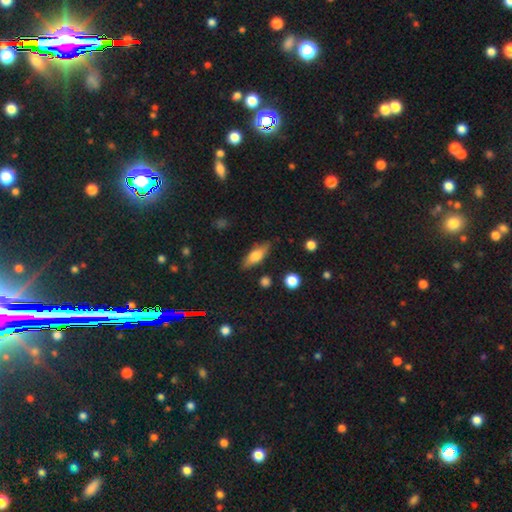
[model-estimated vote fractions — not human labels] This is possibly a smooth galaxy (60%). How rounded: likely in between (60%). Merging: clearly none (81%).